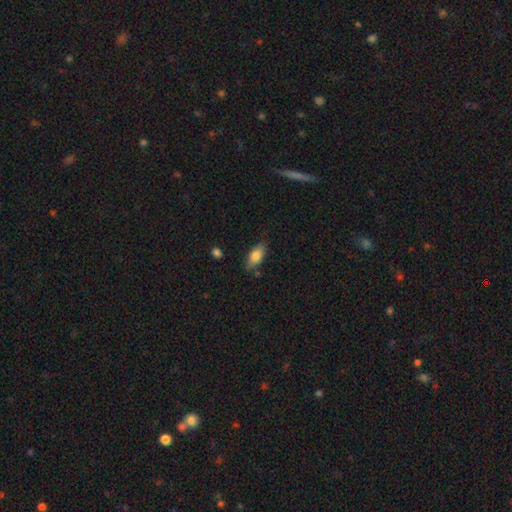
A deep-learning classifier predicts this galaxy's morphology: Smooth or featured? smooth (81%)
How rounded? in between (87%)
Merging? none (79%)